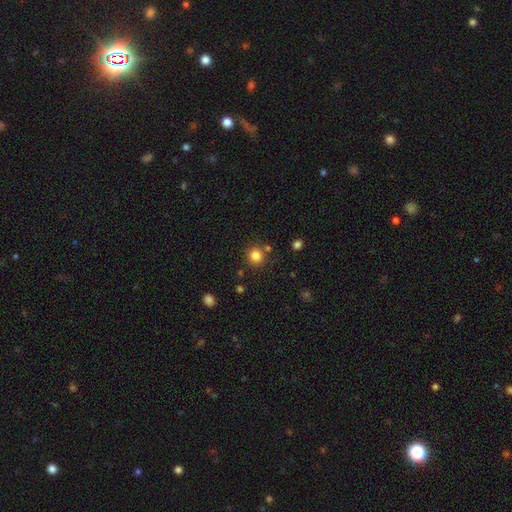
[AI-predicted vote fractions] Smooth or featured: smooth — 83% (star or artifact — 12%)
How rounded: round — 91% (in between — 8%)
Merging: none — 83% (minor disturbance — 7%)